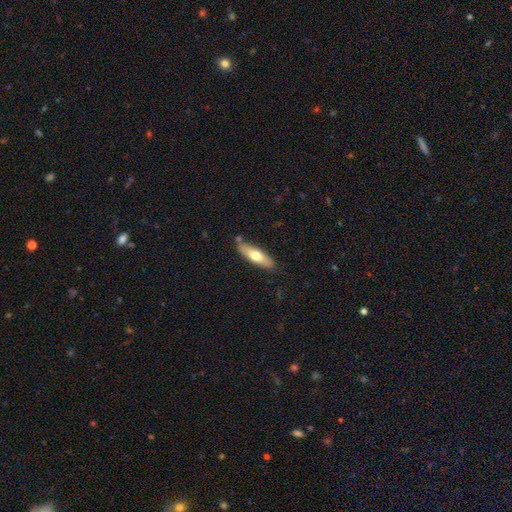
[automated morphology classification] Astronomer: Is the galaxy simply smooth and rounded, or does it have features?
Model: smooth — 63%.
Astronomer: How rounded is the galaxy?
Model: cigar-shaped — 57% (runner-up: in between, 41%).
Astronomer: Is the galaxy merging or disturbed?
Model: none — 79%.